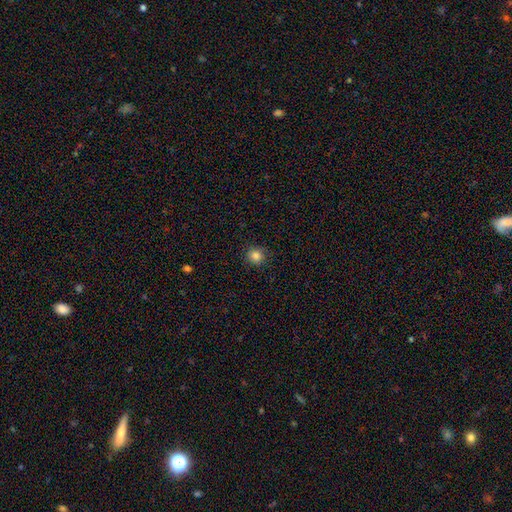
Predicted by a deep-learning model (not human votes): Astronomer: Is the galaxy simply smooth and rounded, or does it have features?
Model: smooth — 84%.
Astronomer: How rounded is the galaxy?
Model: round — 90%.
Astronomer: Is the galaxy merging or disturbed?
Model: none — 89%.